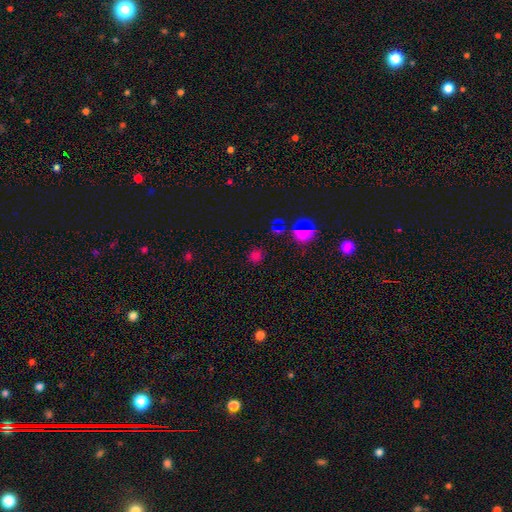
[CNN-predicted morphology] Smooth or featured?
  - smooth: 61% *
  - star or artifact: 34%
  - featured or disk: 5%
How rounded?
  - round: 89% *
  - in between: 10%
  - cigar-shaped: 1%
Merging?
  - none: 84% *
  - minor disturbance: 9%
  - major disturbance: 3%
  - merger: 3%